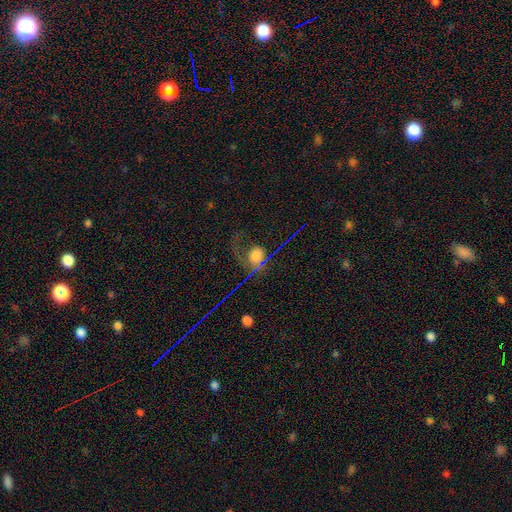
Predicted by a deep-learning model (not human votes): Smooth or featured: featured or disk — 44% (smooth — 34%)
Merging: none — 43% (major disturbance — 33%)